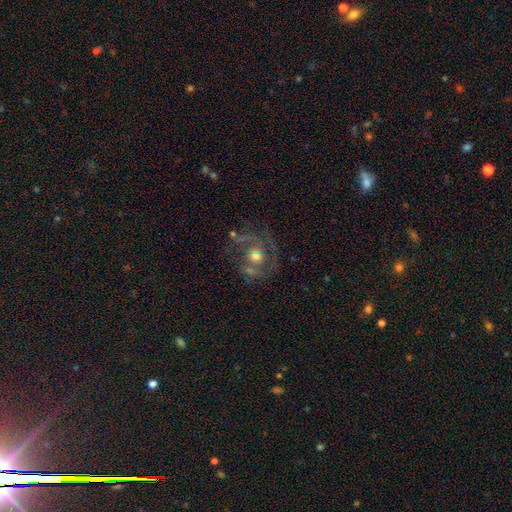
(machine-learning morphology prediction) Overall: featured or disk (75%). Edge-on disk: no (98%). Bar: no (70%). Spiral arms: yes (83%). Spiral arm count: 2 (55%; can't tell 17%). Spiral winding: medium (48%; tight 33%). Bulge size: moderate (65%). Merging: none (53%; minor disturbance 18%).